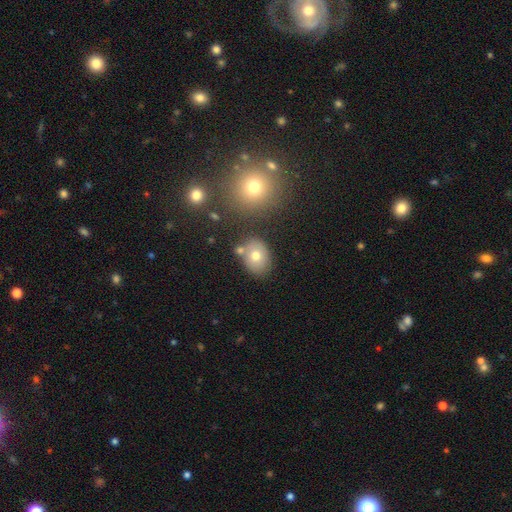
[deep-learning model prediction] This appears to be a smooth galaxy with no disk features (71%) that is in between round and cigar-shaped (55%). Merging: none (68%).